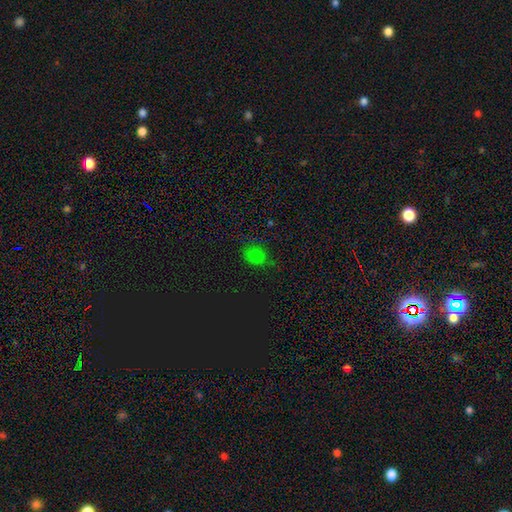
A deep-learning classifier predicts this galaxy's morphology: The model was most divided on "how rounded": round: 51%, in between: 48%, cigar-shaped: 2%. More confident: merging — none (72%); smooth or featured — smooth (70%).